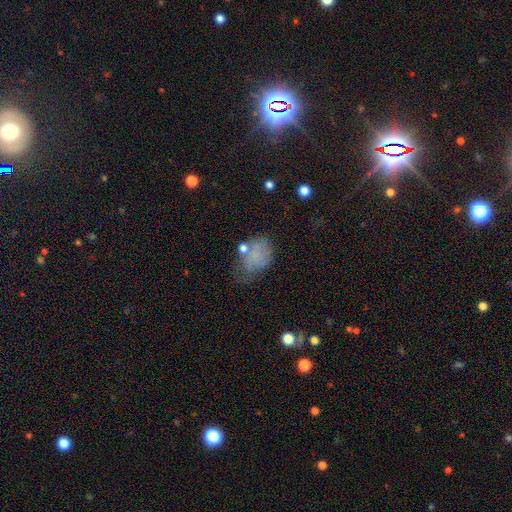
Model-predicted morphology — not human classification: smooth_or_featured: smooth (p=0.68) [alt: featured or disk p=0.19]
how_rounded: in between (p=0.77) [alt: round p=0.22]
merging: none (p=0.36) [alt: minor disturbance p=0.34]